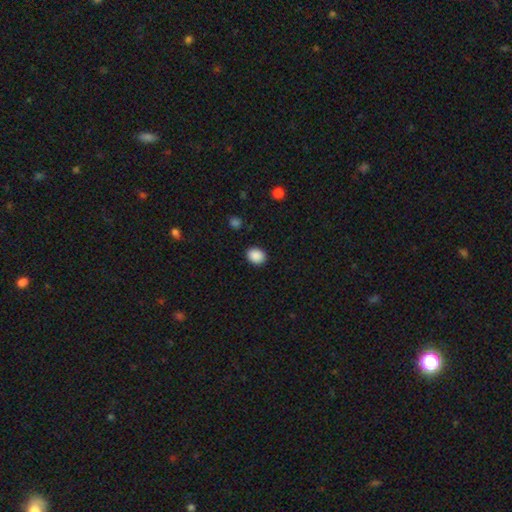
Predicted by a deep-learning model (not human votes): Overall: smooth (89%). How rounded: round (53%; in between 46%). Merging: none (89%).